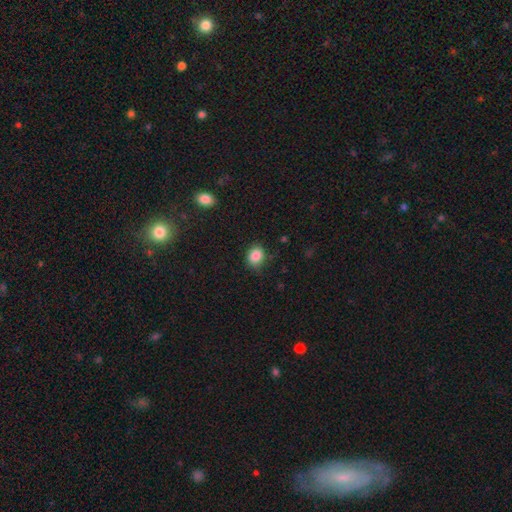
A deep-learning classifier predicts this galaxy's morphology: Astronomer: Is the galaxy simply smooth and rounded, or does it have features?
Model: smooth — 85%.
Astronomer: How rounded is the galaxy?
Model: round — 55% (runner-up: in between, 44%).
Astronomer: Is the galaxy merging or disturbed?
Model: none — 75%.